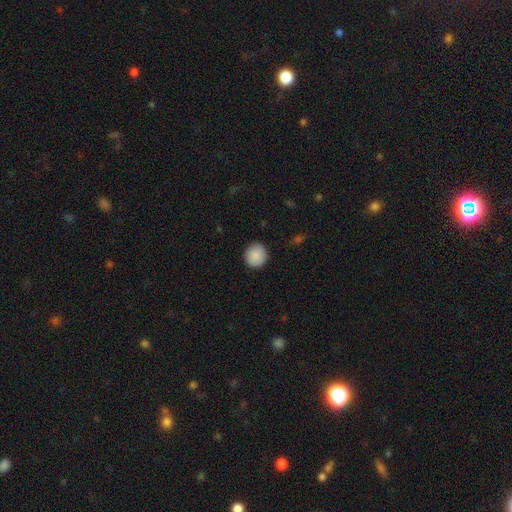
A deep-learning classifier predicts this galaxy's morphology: Smooth or featured? Predicted: smooth (p=0.89). How rounded? Predicted: round (p=0.92). Merging? Predicted: none (p=0.90).